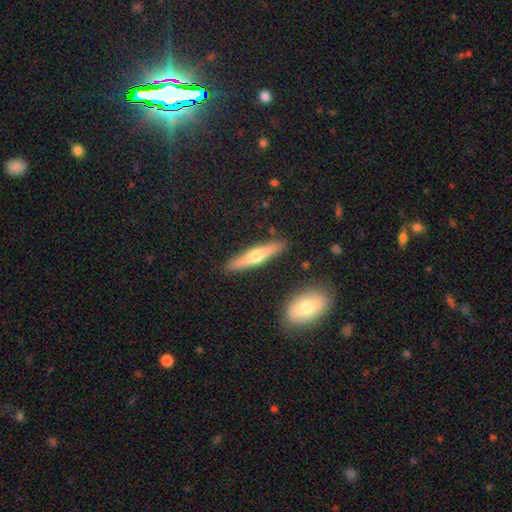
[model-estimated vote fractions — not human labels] featured or disk 52%, smooth 42%, star or artifact 5%. Down the decision tree: edge-on disk — yes (95%); merging — none (88%).